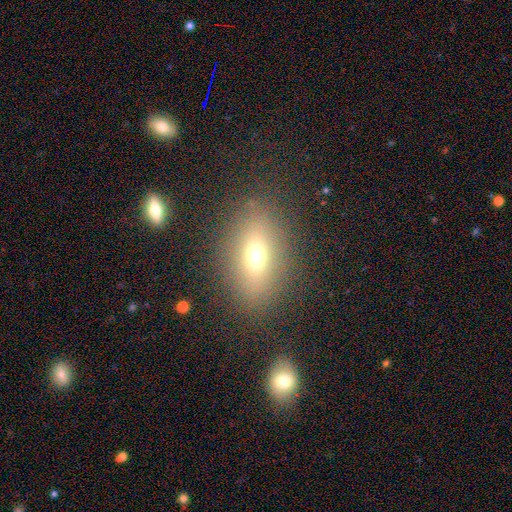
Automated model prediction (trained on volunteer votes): Smooth or featured? Predicted: smooth (p=0.66). How rounded? Predicted: in between (p=0.79). Merging? Predicted: none (p=0.82).